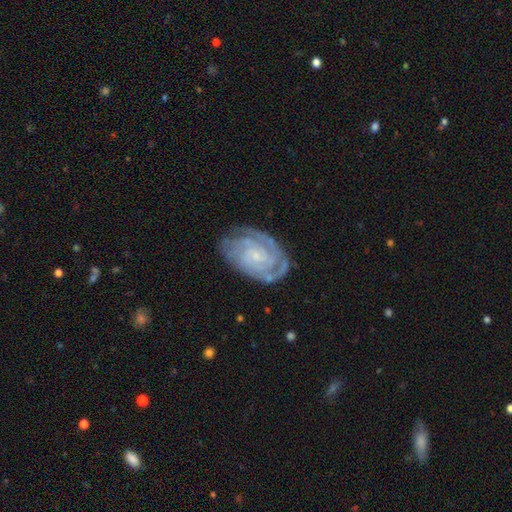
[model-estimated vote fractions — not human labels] Morphology: type=featured or disk (84%); edge-on=no (97%); bar=no (67%); spiral arms=yes (96%); winding=tight (73%); arm count=can't tell (29%); bulge=small (77%); merging=none (74%).